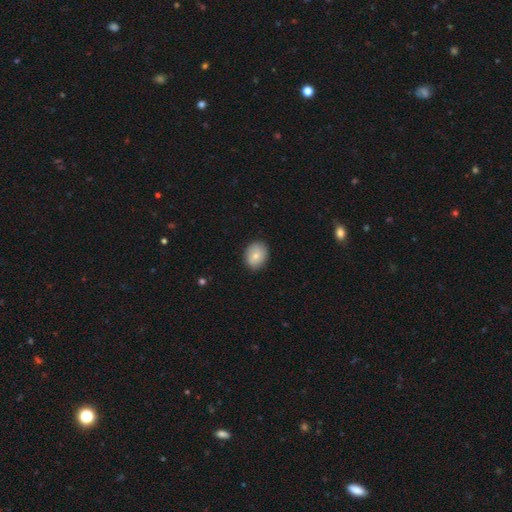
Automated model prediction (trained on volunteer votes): Smooth or featured: smooth — 75% (featured or disk — 17%)
How rounded: in between — 52% (round — 47%)
Merging: none — 86% (minor disturbance — 11%)